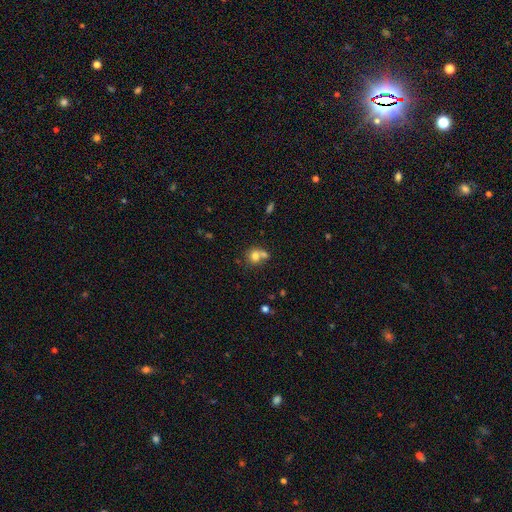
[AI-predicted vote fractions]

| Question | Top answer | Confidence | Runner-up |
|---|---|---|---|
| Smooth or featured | smooth | 76% | featured or disk (13%) |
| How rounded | round | 77% | in between (22%) |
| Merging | merger | 46% | none (40%) |